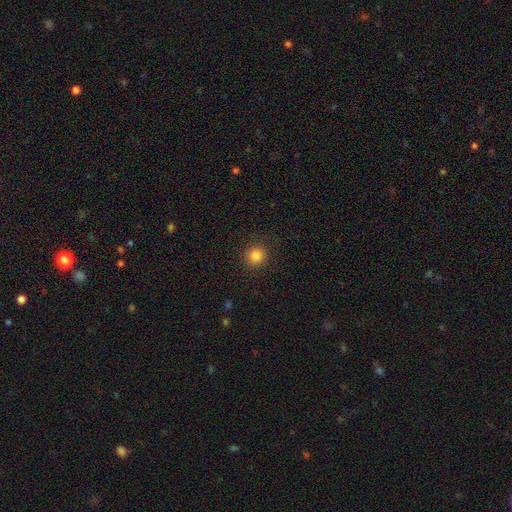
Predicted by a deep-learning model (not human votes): This is clearly a smooth galaxy (84%). How rounded: clearly round (91%). Merging: clearly none (90%).